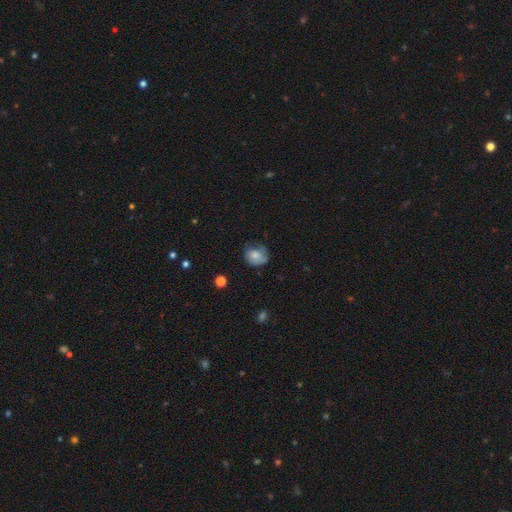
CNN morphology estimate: Smooth or featured?
  - smooth: 73% *
  - featured or disk: 18%
  - star or artifact: 9%
How rounded?
  - round: 62% *
  - in between: 37%
  - cigar-shaped: 1%
Merging?
  - none: 51% *
  - minor disturbance: 33%
  - major disturbance: 14%
  - merger: 2%